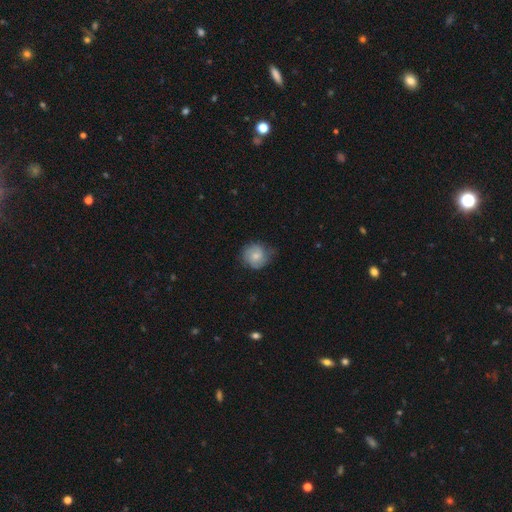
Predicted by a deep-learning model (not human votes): smooth 53%, featured or disk 40%, star or artifact 7%. Down the decision tree: how rounded — round (84%); merging — none (61%).